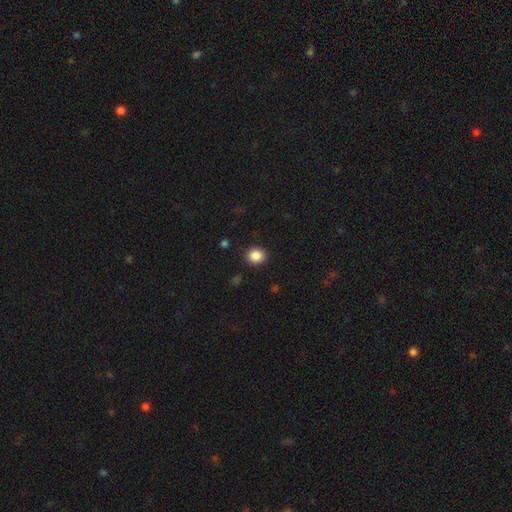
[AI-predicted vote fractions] Smooth or featured? smooth (87%)
How rounded? round (73%)
Merging? none (89%)